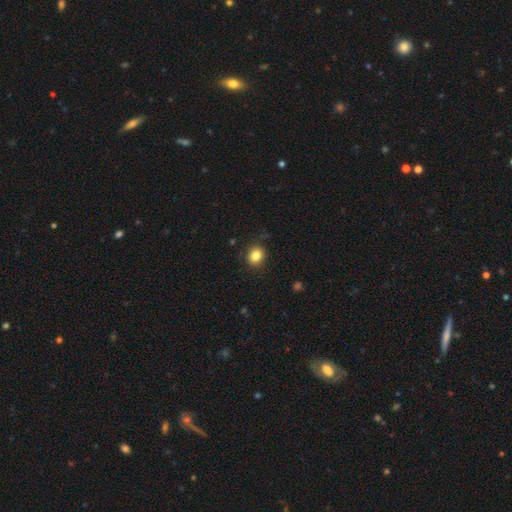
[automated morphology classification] This is clearly a smooth galaxy (84%). How rounded: likely round (72%). Merging: clearly none (87%).